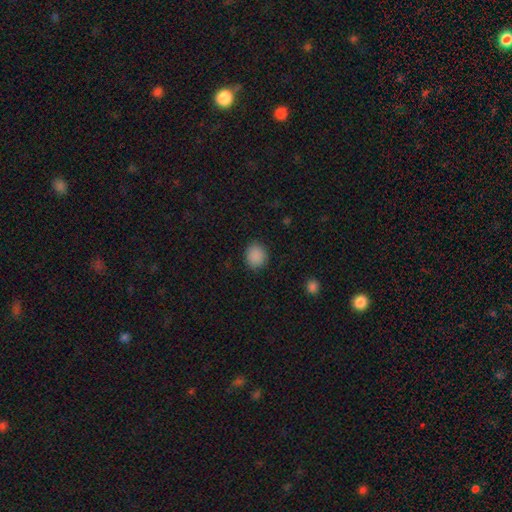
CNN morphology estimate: The model was most divided on "how rounded": round: 76%, in between: 23%, cigar-shaped: 1%. More confident: merging — none (88%); smooth or featured — smooth (88%).